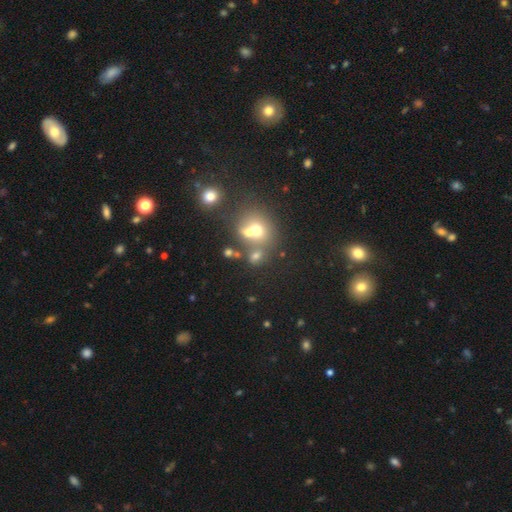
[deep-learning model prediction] Q: Smooth or featured?
A: smooth (61%); runner-up: star or artifact (20%)
Q: How rounded?
A: round (60%); runner-up: in between (38%)
Q: Merging?
A: merger (45%); runner-up: none (40%)